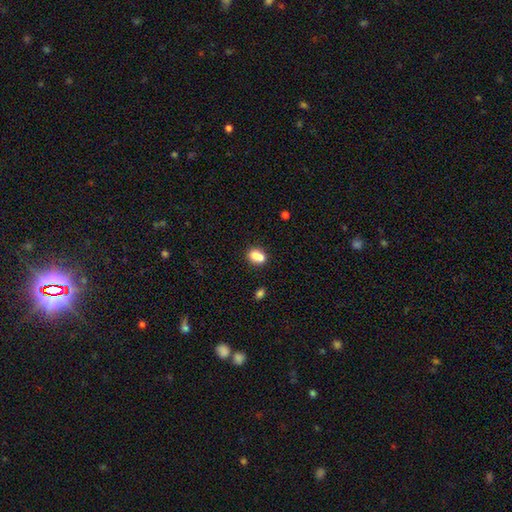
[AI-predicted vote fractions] smooth-or-featured: smooth: 73% | featured or disk: 16% | star or artifact: 11%
  how-rounded: round: 51% | in between: 48% | cigar-shaped: 1%
  merging: merger: 52% | none: 35% | minor disturbance: 9% | major disturbance: 4%